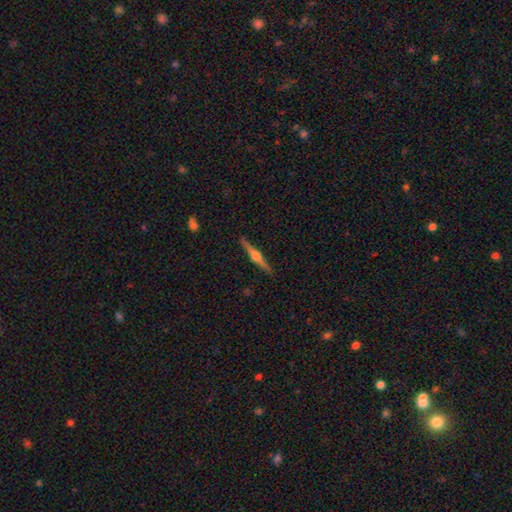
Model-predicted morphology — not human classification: type=featured or disk (79%); edge-on=yes (98%); edge-on bulge=rounded (94%); merging=none (91%).